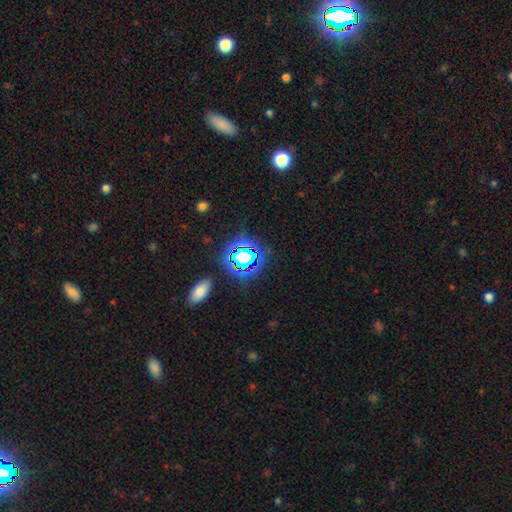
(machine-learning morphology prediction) The model was most divided on "smooth or featured": star or artifact: 71%, smooth: 19%, featured or disk: 9%.